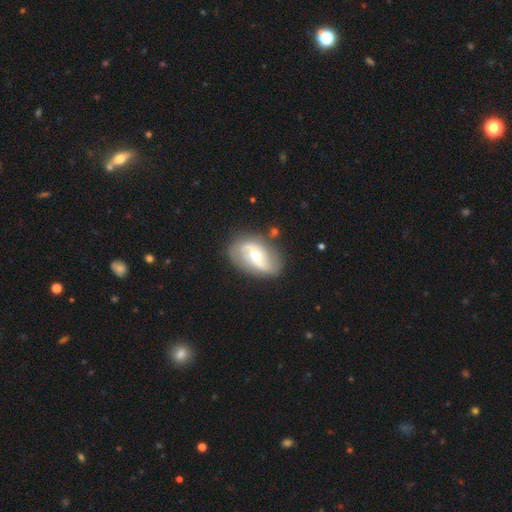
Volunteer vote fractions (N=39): smooth-or-featured: featured or disk: 77% | smooth: 21% | star or artifact: 3%
  disk-edge-on: no: 93% | yes: 7%
    bar: weak: 46% | no: 32% | strong: 21%
    has-spiral-arms: yes: 79% | no: 21%
      spiral-winding: loose: 68% | medium: 23% | tight: 9%
      spiral-arm-count: 2: 77% | 1: 14% | 4: 5% | can't tell: 5% | 3: 0% | more than 4: 0%
    bulge-size: moderate: 54% | small: 36% | large: 7% | none: 4% | dominant: 0%
  merging: none: 63% | minor disturbance: 18% | major disturbance: 18% | merger: 0%